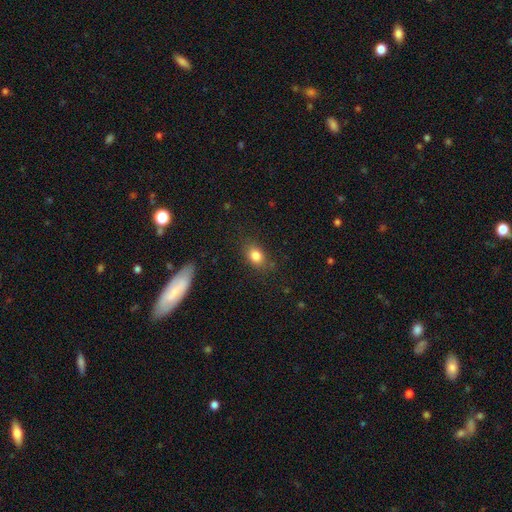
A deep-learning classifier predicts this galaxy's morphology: Smooth or featured?
  - smooth: 82% *
  - star or artifact: 10%
  - featured or disk: 8%
How rounded?
  - in between: 70% *
  - round: 28%
  - cigar-shaped: 2%
Merging?
  - none: 79% *
  - minor disturbance: 15%
  - major disturbance: 5%
  - merger: 2%